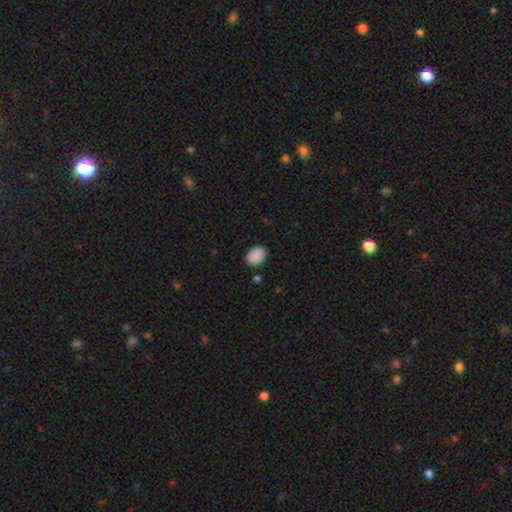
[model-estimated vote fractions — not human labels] Smooth or featured? smooth (90%)
How rounded? in between (65%)
Merging? none (86%)